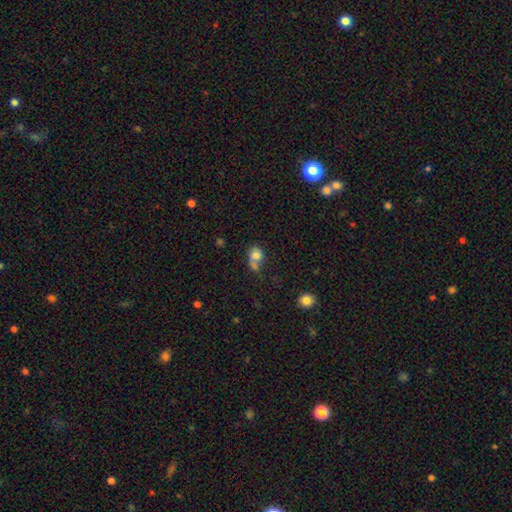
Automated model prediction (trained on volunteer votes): Smooth or featured?
  - smooth: 77% *
  - featured or disk: 12%
  - star or artifact: 11%
How rounded?
  - round: 56% *
  - in between: 43%
  - cigar-shaped: 2%
Merging?
  - merger: 43% *
  - none: 30%
  - minor disturbance: 15%
  - major disturbance: 12%